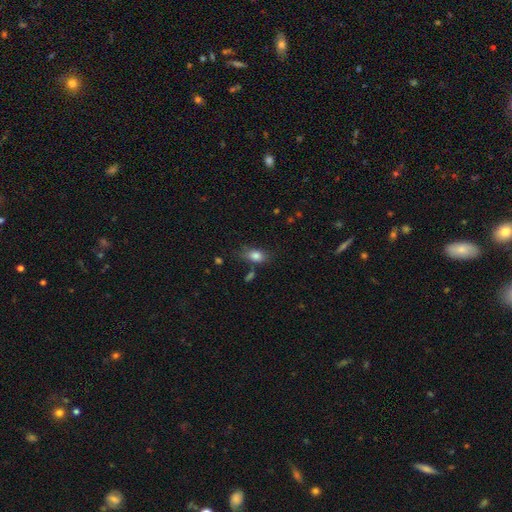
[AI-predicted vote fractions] A smooth galaxy with no disk features (83%) that is in between round and cigar-shaped (82%).

Vote fractions:
- Smooth or featured? smooth: 83% / star or artifact: 9% / featured or disk: 9%
- How rounded? in between: 82% / round: 14% / cigar-shaped: 4%
- Merging? none: 68% / minor disturbance: 20% / merger: 6% / major disturbance: 6%